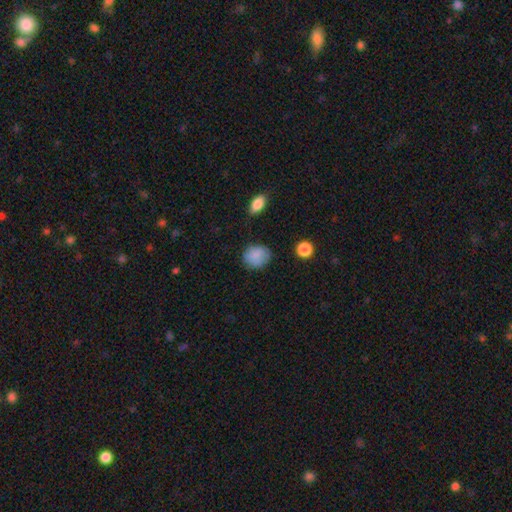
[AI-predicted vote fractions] smooth 86%, star or artifact 8%, featured or disk 6%. Down the decision tree: how rounded — round (60%); merging — none (75%).